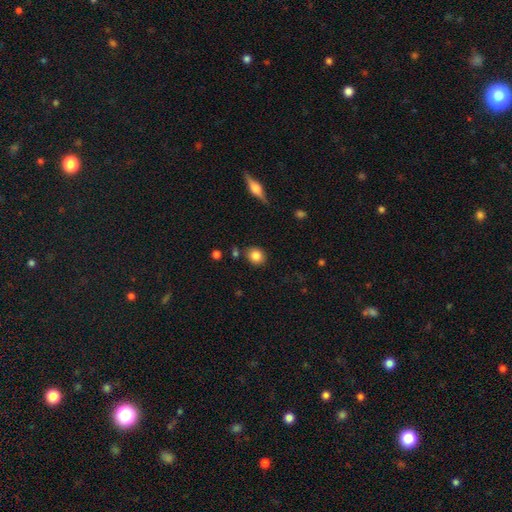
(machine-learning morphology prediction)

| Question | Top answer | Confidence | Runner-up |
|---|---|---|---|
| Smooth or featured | smooth | 84% | star or artifact (9%) |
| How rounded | round | 72% | in between (26%) |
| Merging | none | 84% | minor disturbance (10%) |